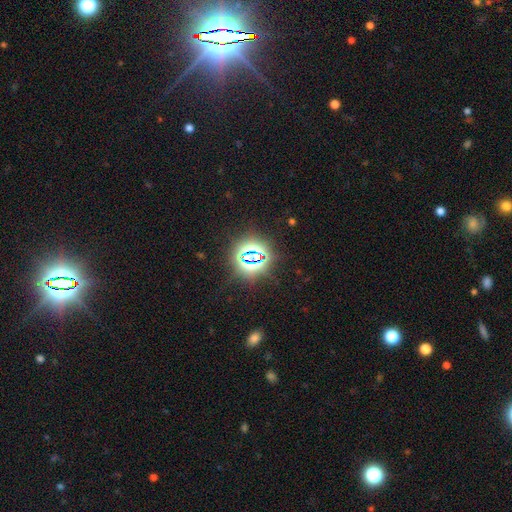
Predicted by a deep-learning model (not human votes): smooth-or-featured: star or artifact: 79% | smooth: 14% | featured or disk: 7%